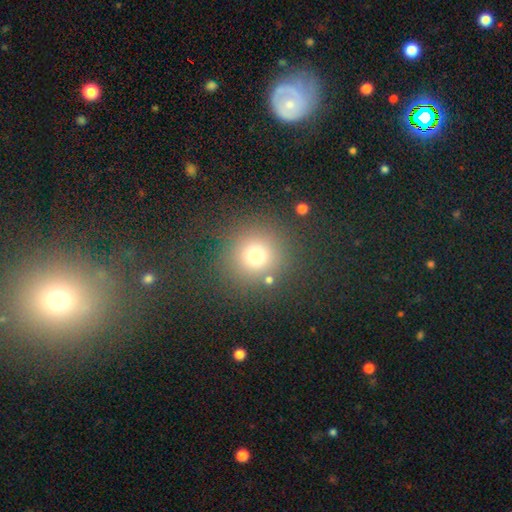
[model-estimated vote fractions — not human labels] This is likely a smooth galaxy (72%). How rounded: clearly round (93%). Merging: clearly none (81%).